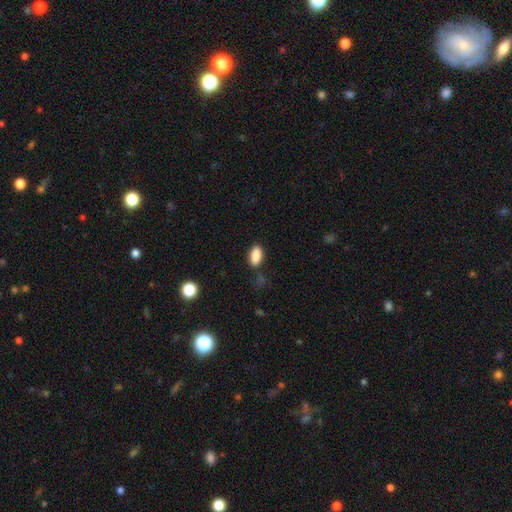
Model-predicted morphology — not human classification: A smooth galaxy with no disk features (88%) that is in between round and cigar-shaped (90%). Merging: none (77%).